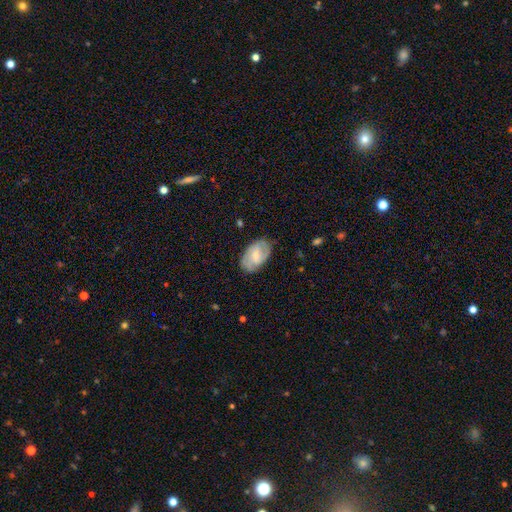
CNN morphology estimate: A featured or disk galaxy (62%) with a weak bar (49%), spiral arms (81%) and a small central bulge (62%). Merging: none (78%).